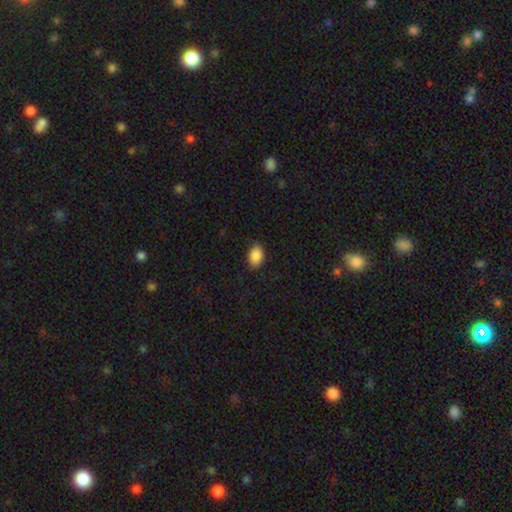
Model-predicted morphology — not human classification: Smooth or featured? smooth (88%)
How rounded? in between (86%)
Merging? none (85%)